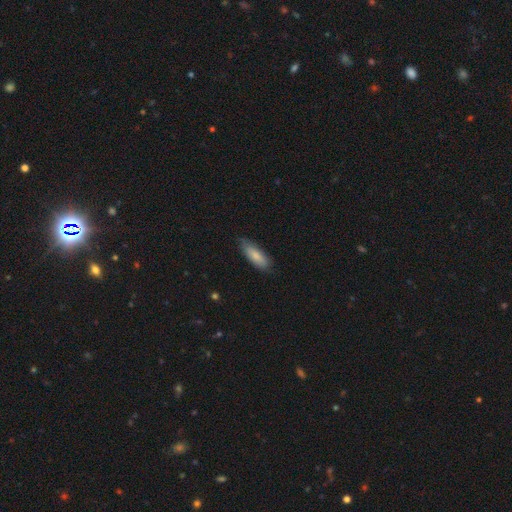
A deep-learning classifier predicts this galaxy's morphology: A smooth galaxy with no disk features (80%) that is in between round and cigar-shaped (60%). Merging: none (75%).